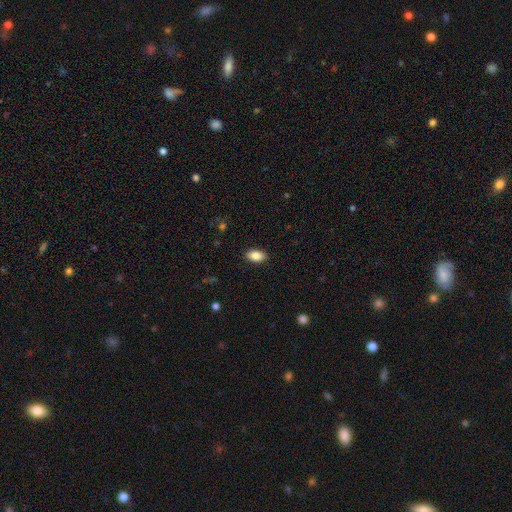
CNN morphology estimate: type=smooth (85%); roundness=in between (92%); merging=none (89%).